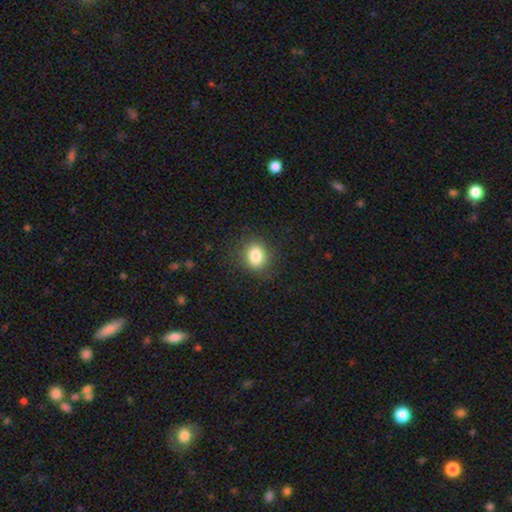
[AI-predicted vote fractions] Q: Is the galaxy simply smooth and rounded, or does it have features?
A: smooth — 84%.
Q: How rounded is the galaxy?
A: round — 54%.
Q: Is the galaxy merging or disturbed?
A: none — 84%.